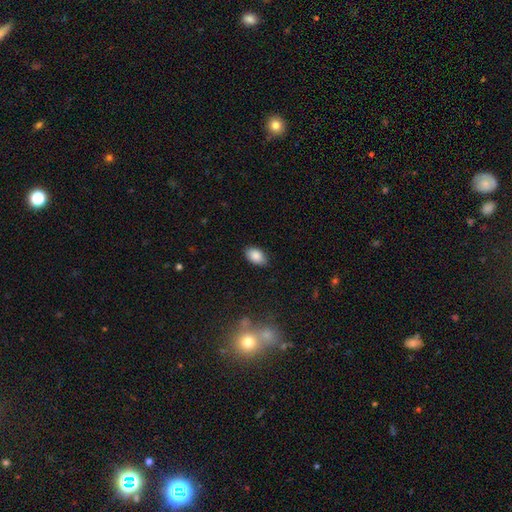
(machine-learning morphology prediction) Smooth or featured? smooth (86%)
How rounded? in between (92%)
Merging? none (84%)